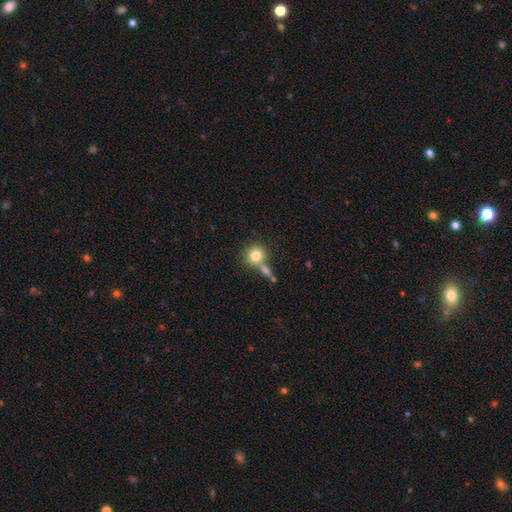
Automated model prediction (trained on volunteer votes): A smooth galaxy with no disk features (80%) that is round (85%). Merging: none (54%).